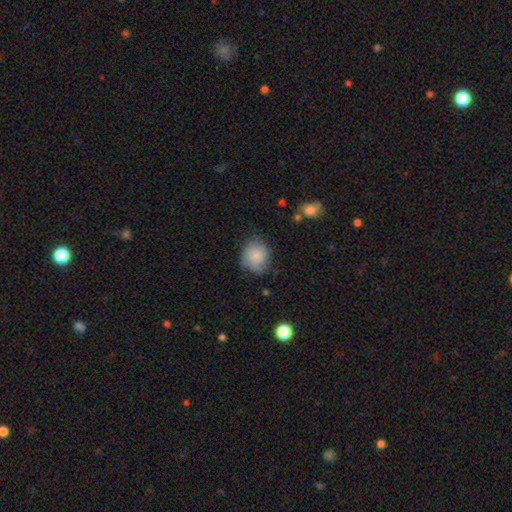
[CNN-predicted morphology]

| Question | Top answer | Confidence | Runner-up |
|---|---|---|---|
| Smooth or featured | smooth | 81% | featured or disk (11%) |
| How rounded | round | 71% | in between (28%) |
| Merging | none | 63% | minor disturbance (28%) |